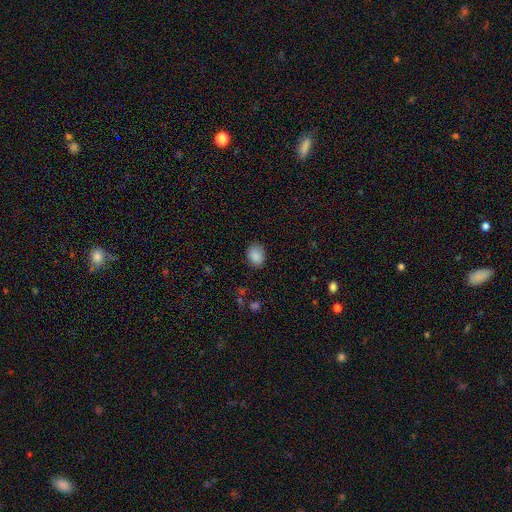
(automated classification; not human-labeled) A smooth galaxy with no disk features (88%) that is in between round and cigar-shaped (58%). Merging: none (84%).